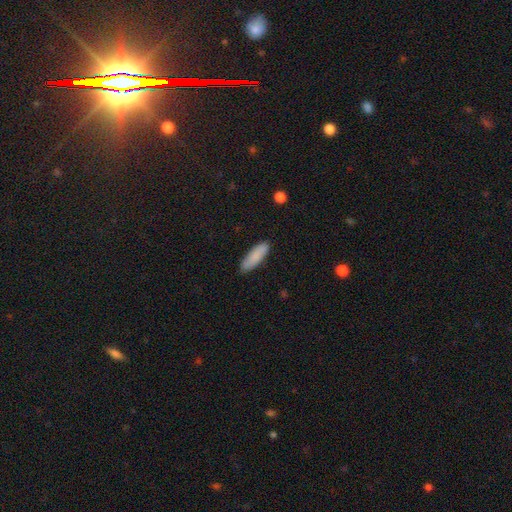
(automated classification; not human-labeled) Smooth or featured?
  - smooth: 87% *
  - featured or disk: 8%
  - star or artifact: 6%
How rounded?
  - cigar-shaped: 50% *
  - in between: 49%
  - round: 1%
Merging?
  - none: 87% *
  - minor disturbance: 10%
  - major disturbance: 2%
  - merger: 1%